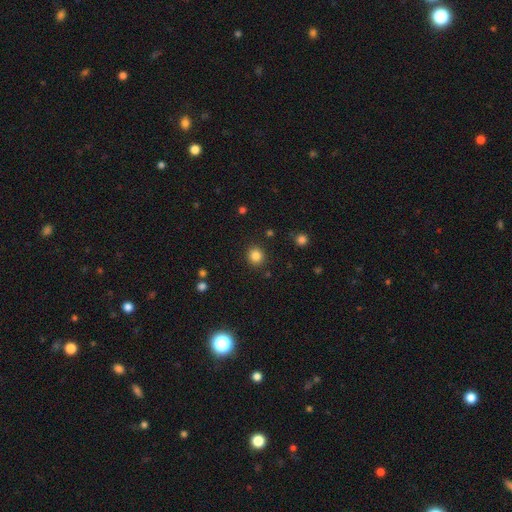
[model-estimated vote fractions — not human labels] Q: Smooth or featured?
A: smooth (85%); runner-up: star or artifact (11%)
Q: How rounded?
A: round (88%); runner-up: in between (11%)
Q: Merging?
A: none (90%); runner-up: minor disturbance (6%)